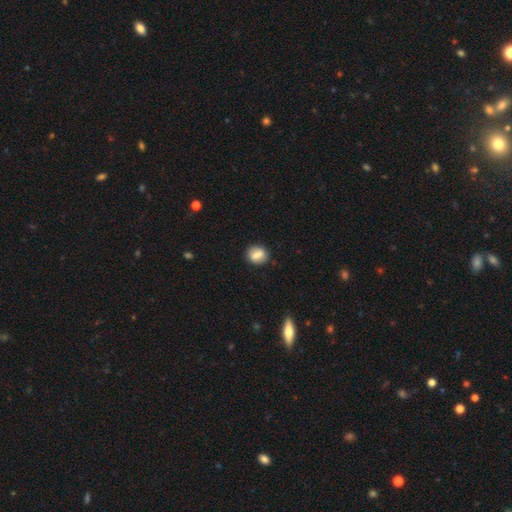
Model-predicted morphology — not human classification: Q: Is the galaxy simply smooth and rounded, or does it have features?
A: smooth — 76%.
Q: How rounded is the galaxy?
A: round — 58%.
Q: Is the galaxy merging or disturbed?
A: none — 85%.